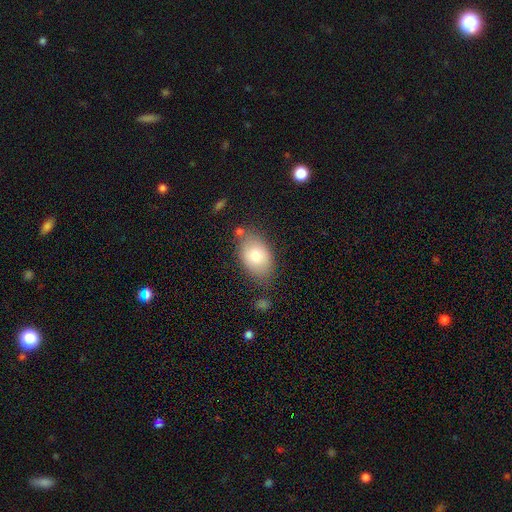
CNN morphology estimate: This appears to be a smooth galaxy with no disk features (79%) that is in between round and cigar-shaped (88%). Merging: none (72%).